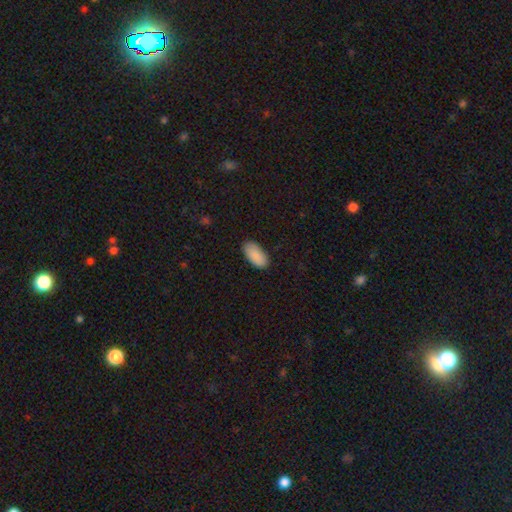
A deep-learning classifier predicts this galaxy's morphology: The model was most divided on "merging": none: 85%, minor disturbance: 12%, major disturbance: 2%, merger: 1%. More confident: how rounded — in between (94%); smooth or featured — smooth (90%).